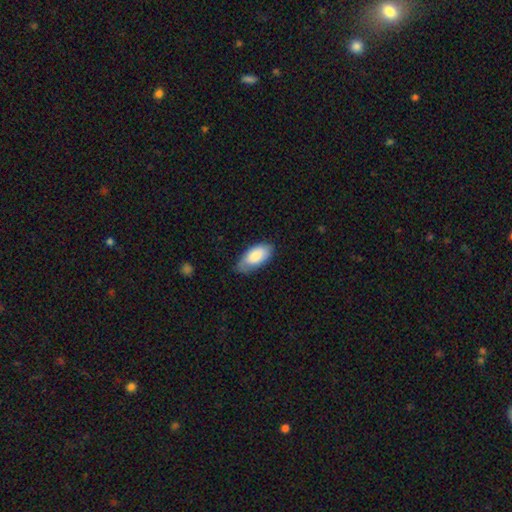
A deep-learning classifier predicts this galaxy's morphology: Overall: smooth (82%). How rounded: in between (93%). Merging: none (63%; minor disturbance 30%).